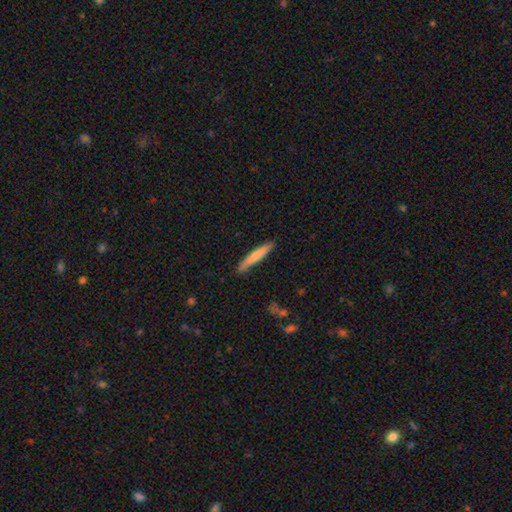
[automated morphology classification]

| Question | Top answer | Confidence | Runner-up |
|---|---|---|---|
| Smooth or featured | smooth | 71% | featured or disk (24%) |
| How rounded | cigar-shaped | 94% | in between (5%) |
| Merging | none | 87% | minor disturbance (10%) |